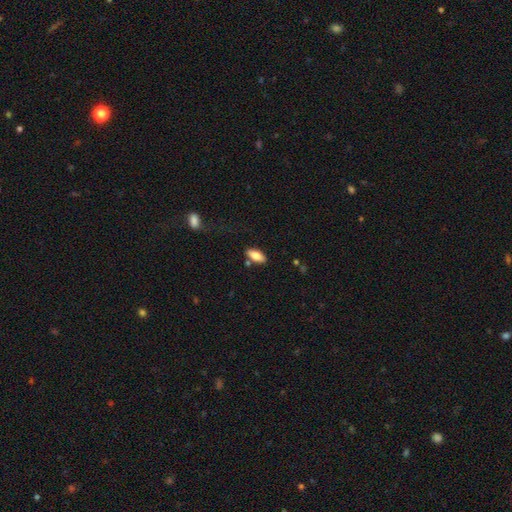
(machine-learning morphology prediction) Smooth or featured: smooth — 81% (featured or disk — 13%)
How rounded: in between — 83% (cigar-shaped — 15%)
Merging: none — 79% (minor disturbance — 13%)